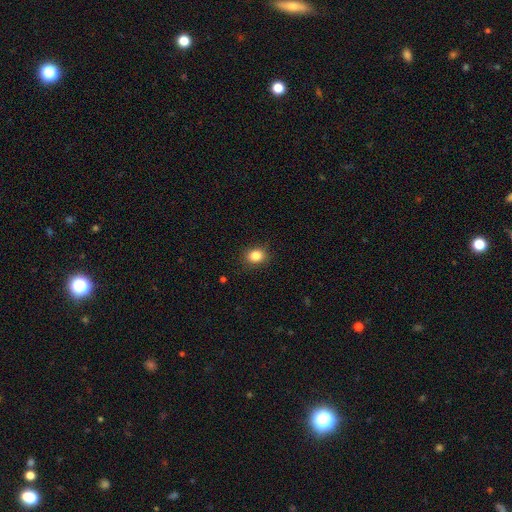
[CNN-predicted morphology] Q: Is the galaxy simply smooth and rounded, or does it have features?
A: smooth — 85%.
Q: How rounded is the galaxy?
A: round — 58%.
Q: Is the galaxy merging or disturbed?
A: none — 88%.